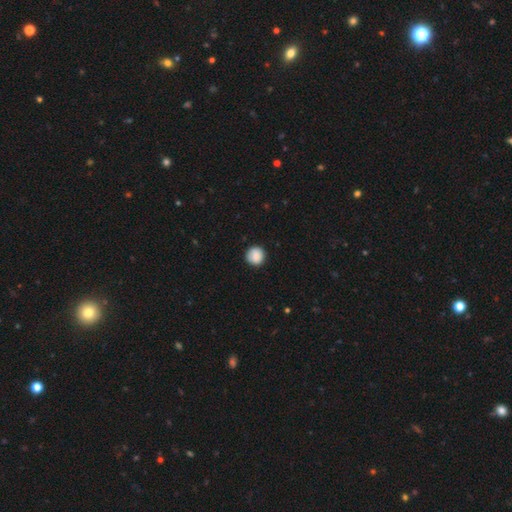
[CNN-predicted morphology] This appears to be a smooth galaxy with no disk features (88%) that is round (95%). Merging: none (89%).